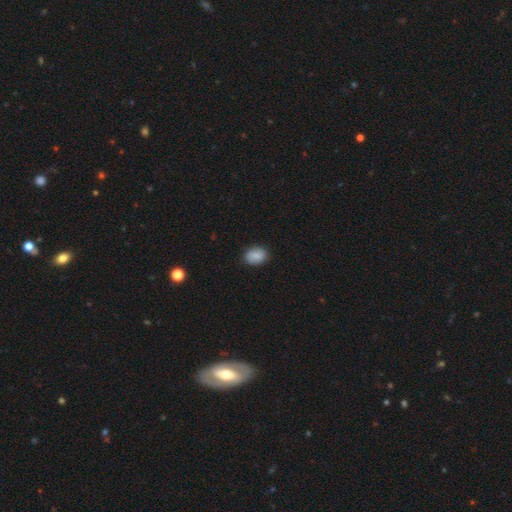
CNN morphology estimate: Smooth or featured?
  - smooth: 83% *
  - featured or disk: 9%
  - star or artifact: 8%
How rounded?
  - in between: 62% *
  - round: 36%
  - cigar-shaped: 1%
Merging?
  - none: 86% *
  - minor disturbance: 11%
  - major disturbance: 2%
  - merger: 1%